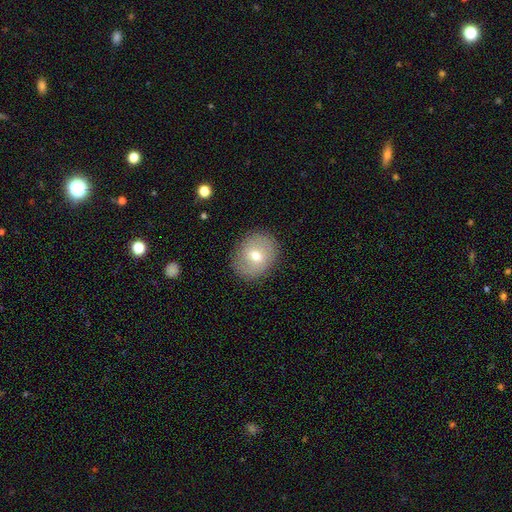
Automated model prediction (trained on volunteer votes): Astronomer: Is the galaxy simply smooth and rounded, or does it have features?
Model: smooth — 58% (runner-up: featured or disk, 34%).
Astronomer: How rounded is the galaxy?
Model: round — 67%.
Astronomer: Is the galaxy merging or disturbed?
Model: none — 85%.